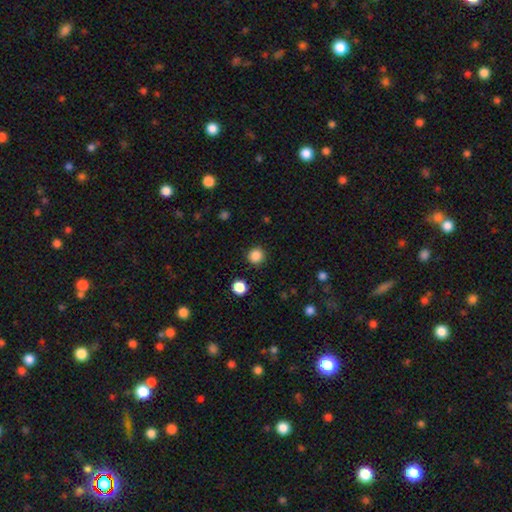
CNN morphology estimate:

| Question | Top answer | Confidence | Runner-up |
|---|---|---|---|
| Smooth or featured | smooth | 86% | star or artifact (11%) |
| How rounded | round | 95% | in between (4%) |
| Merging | none | 92% | minor disturbance (5%) |